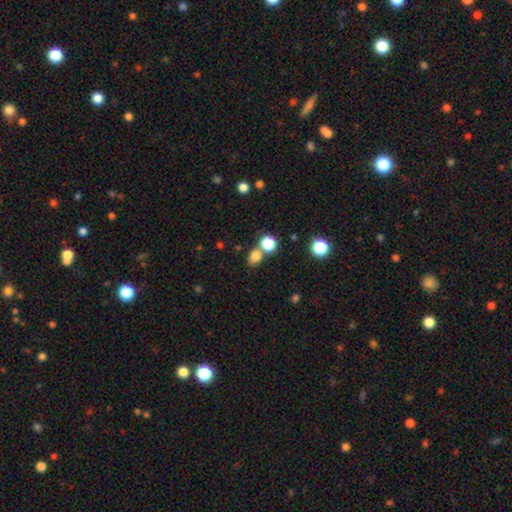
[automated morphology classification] type=smooth (79%); roundness=round (57%); merging=none (59%).